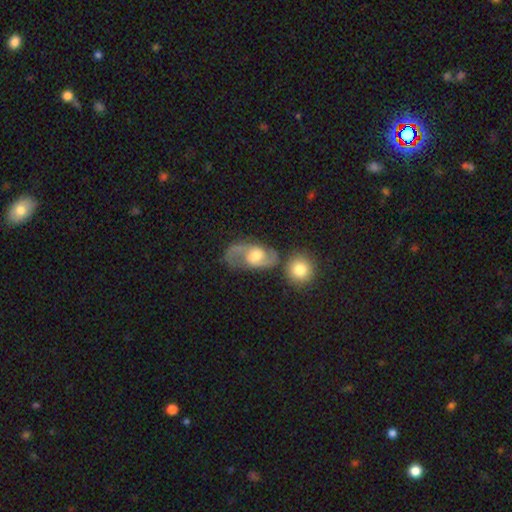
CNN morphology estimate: Overall: featured or disk (77%). Edge-on disk: no (96%). Bar: no (51%; weak 41%). Spiral arms: yes (92%). Spiral arm count: 2 (87%). Spiral winding: medium (48%; loose 40%). Bulge size: moderate (67%). Merging: none (51%; minor disturbance 19%).